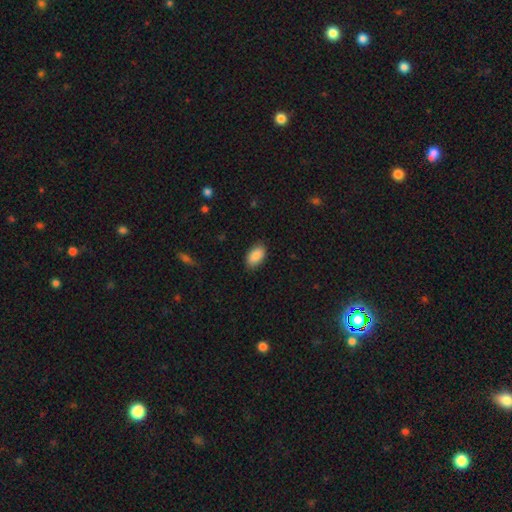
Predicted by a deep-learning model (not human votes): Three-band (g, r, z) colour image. It shows a smooth galaxy with no disk features (88%) that is in between round and cigar-shaped (94%). Merging: none (86%).